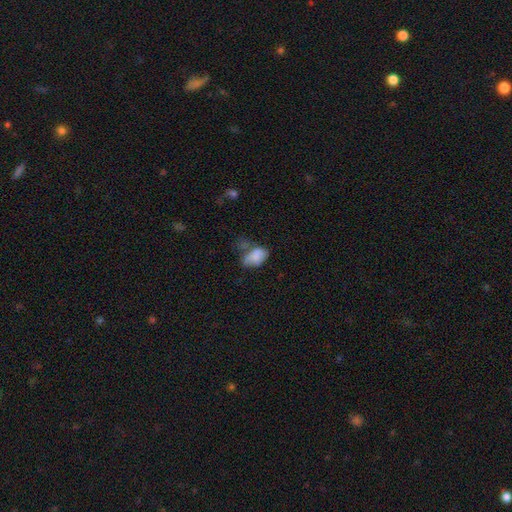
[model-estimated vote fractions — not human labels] Smooth or featured?
  - smooth: 75% *
  - featured or disk: 16%
  - star or artifact: 9%
How rounded?
  - in between: 88% *
  - round: 11%
  - cigar-shaped: 2%
Merging?
  - none: 29% * (tied)
  - minor disturbance: 29% * (tied)
  - merger: 21%
  - major disturbance: 21%